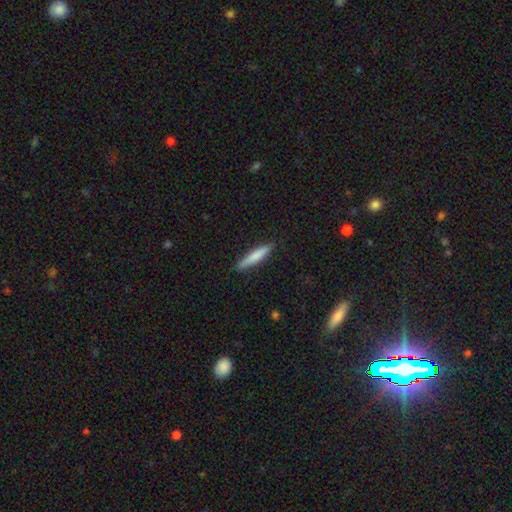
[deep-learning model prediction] Smooth or featured?
  - smooth: 77% *
  - featured or disk: 17%
  - star or artifact: 5%
How rounded?
  - cigar-shaped: 91% *
  - in between: 8%
  - round: 1%
Merging?
  - none: 87% *
  - minor disturbance: 10%
  - major disturbance: 2%
  - merger: 1%